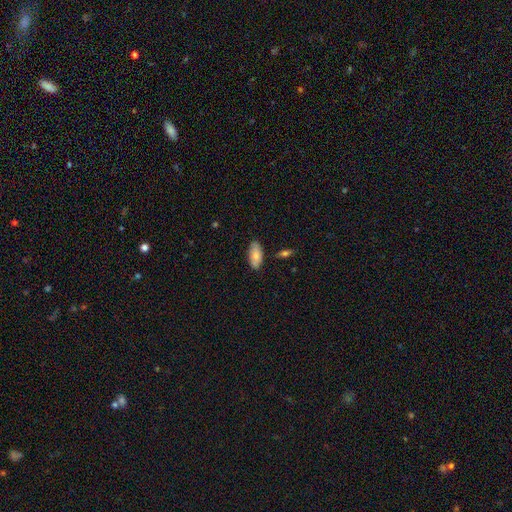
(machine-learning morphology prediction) The model was most divided on "smooth or featured": smooth: 77%, featured or disk: 17%, star or artifact: 6%. More confident: how rounded — in between (92%); merging — none (82%).